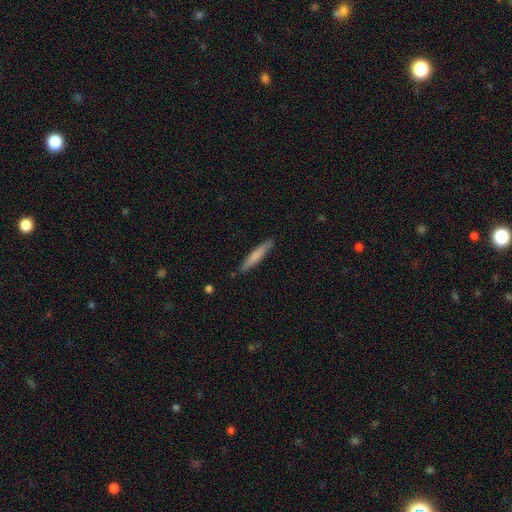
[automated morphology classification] smooth 70%, featured or disk 25%, star or artifact 5%. Down the decision tree: how rounded — cigar-shaped (92%); merging — none (87%).